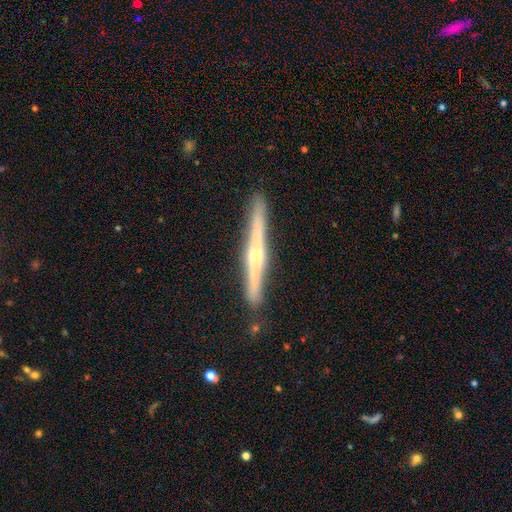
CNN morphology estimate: A featured or disk galaxy (76%) viewed edge-on (98%) with a rounded central bulge (81%). Merging: none (90%).